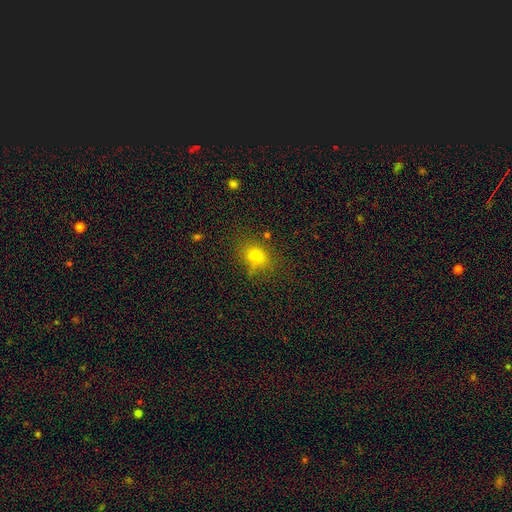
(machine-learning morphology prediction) The model was most divided on "how rounded": in between: 54%, round: 45%, cigar-shaped: 2%. More confident: smooth or featured — smooth (75%); merging — none (70%).